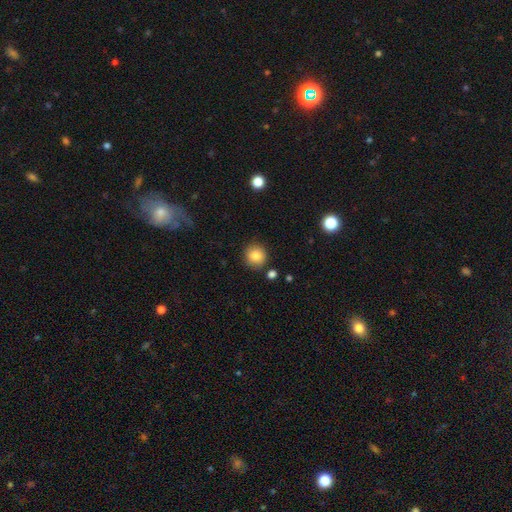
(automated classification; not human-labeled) A smooth galaxy with no disk features (84%) that is round (91%).

Vote fractions:
- Smooth or featured? smooth: 84% / star or artifact: 9% / featured or disk: 6%
- How rounded? round: 91% / in between: 8% / cigar-shaped: 1%
- Merging? none: 86% / minor disturbance: 9% / merger: 3% / major disturbance: 2%